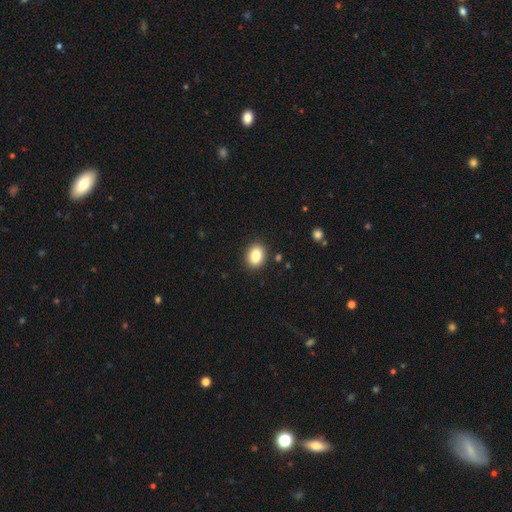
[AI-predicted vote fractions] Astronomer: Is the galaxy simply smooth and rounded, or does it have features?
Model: smooth — 86%.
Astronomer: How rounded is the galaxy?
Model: in between — 68%.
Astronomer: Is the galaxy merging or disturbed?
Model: none — 89%.